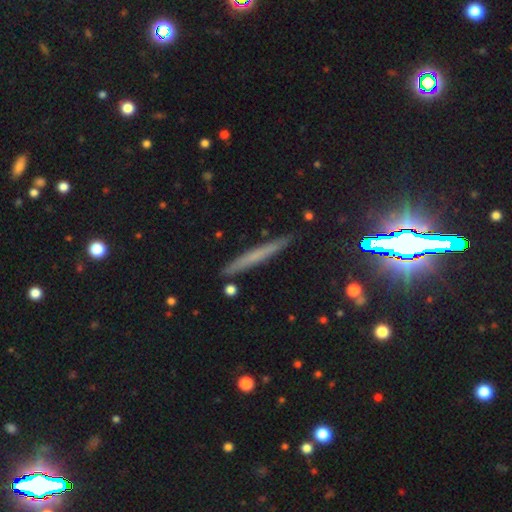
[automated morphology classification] Smooth or featured? Predicted: smooth (p=0.43). Merging? Predicted: none (p=0.85).